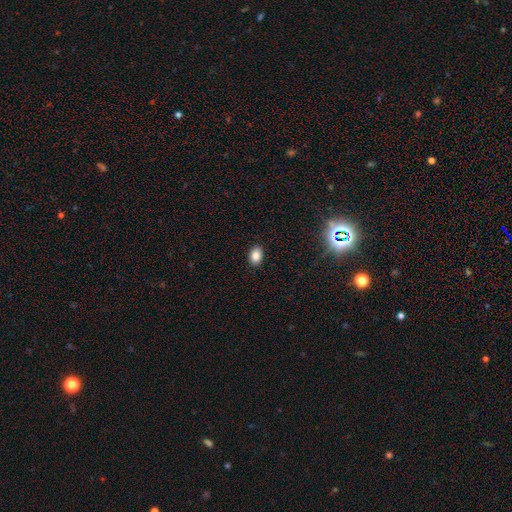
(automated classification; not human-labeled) Smooth or featured? Predicted: smooth (p=0.85). How rounded? Predicted: in between (p=0.78). Merging? Predicted: none (p=0.89).